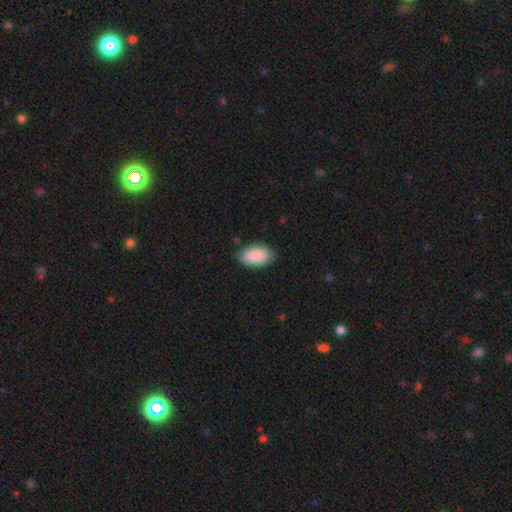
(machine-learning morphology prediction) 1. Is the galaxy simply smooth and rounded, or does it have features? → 89% smooth, 6% star or artifact, 5% featured or disk.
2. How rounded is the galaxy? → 95% in between, 3% round, 2% cigar-shaped.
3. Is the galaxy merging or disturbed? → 81% none, 15% minor disturbance, 3% major disturbance, 1% merger.